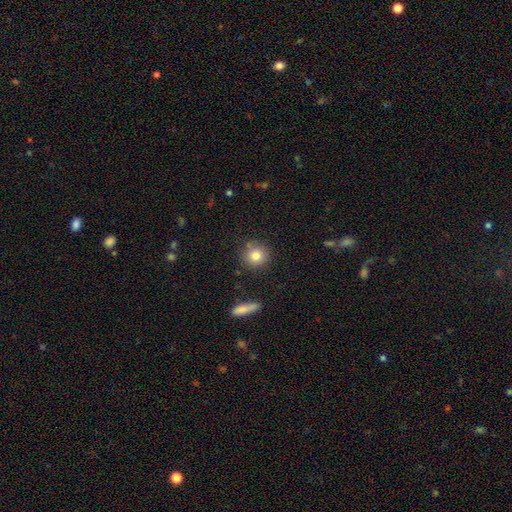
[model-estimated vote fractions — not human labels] Smooth or featured? smooth (82%)
How rounded? round (91%)
Merging? none (82%)